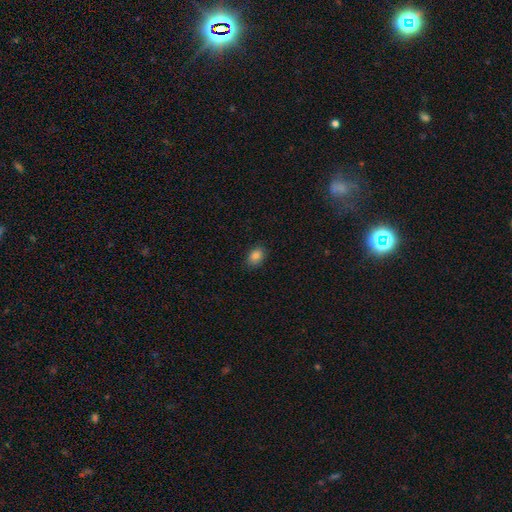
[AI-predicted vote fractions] Morphology: type=smooth (84%); roundness=in between (76%); merging=none (86%).